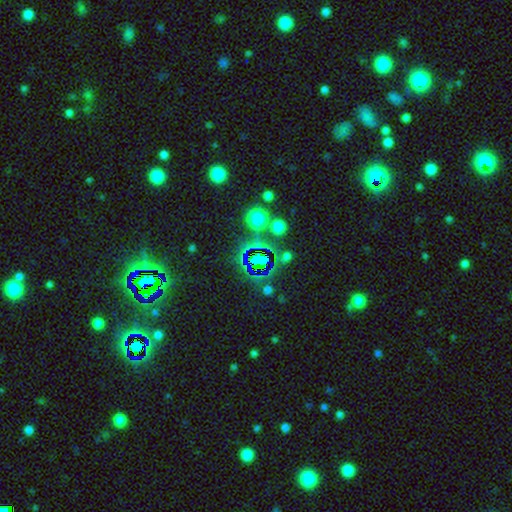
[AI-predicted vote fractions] Smooth or featured? star or artifact (70%)